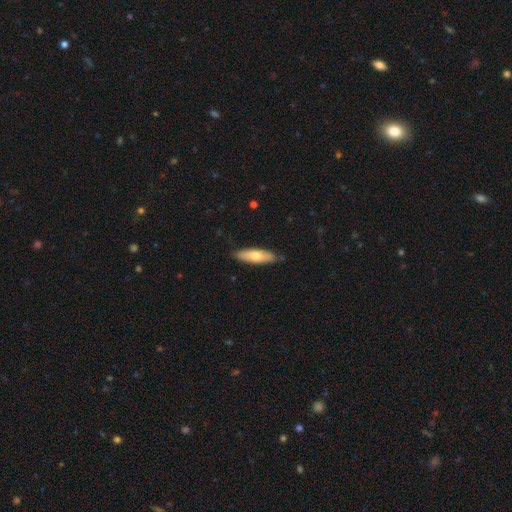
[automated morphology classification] A smooth galaxy with no disk features (68%) that is cigar-shaped (55%). Merging: none (83%).